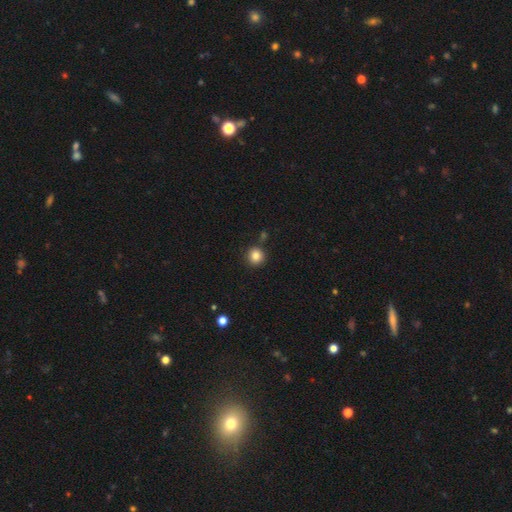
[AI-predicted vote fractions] Smooth or featured? Predicted: smooth (p=0.84). How rounded? Predicted: round (p=0.91). Merging? Predicted: none (p=0.86).